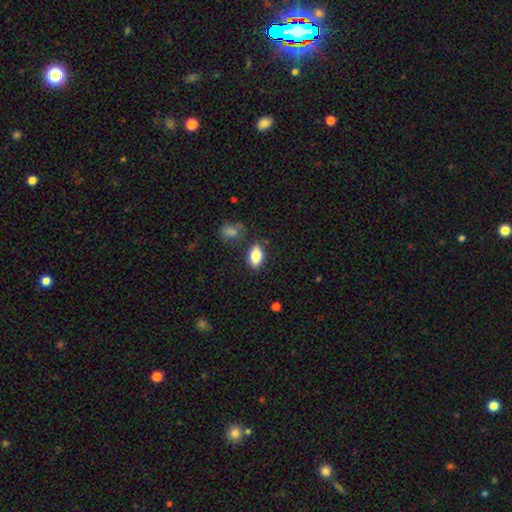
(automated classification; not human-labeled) smooth-or-featured: smooth: 82% | featured or disk: 10% | star or artifact: 8%
  how-rounded: in between: 90% | round: 6% | cigar-shaped: 4%
  merging: none: 80% | minor disturbance: 13% | merger: 4% | major disturbance: 3%